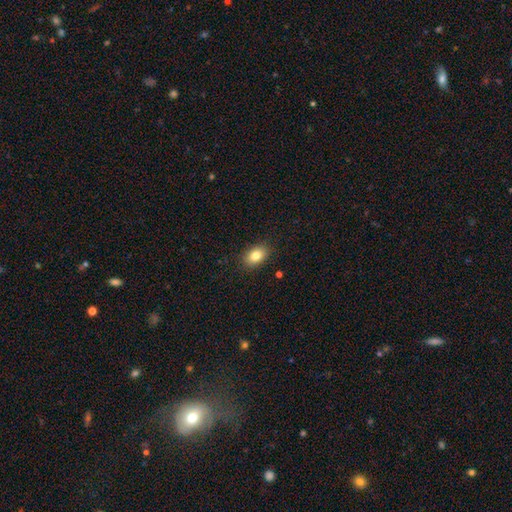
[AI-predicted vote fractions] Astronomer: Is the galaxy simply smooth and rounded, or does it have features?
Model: smooth — 82%.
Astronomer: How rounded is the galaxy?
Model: in between — 83%.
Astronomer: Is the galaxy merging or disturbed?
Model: none — 87%.